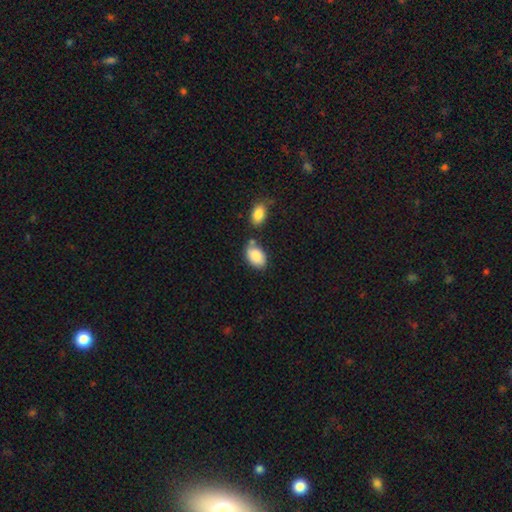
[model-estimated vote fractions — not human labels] Smooth or featured? Predicted: smooth (p=0.86). How rounded? Predicted: in between (p=0.89). Merging? Predicted: none (p=0.53).